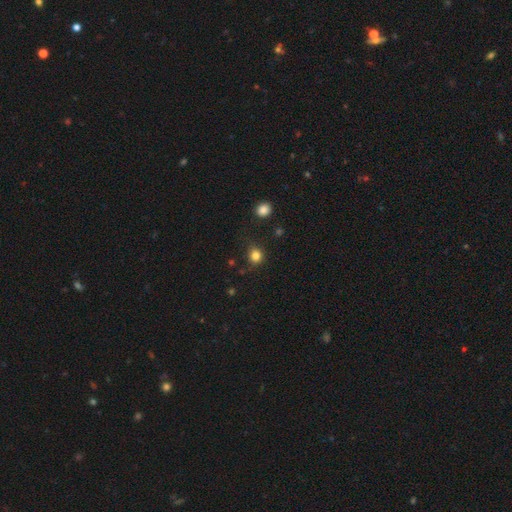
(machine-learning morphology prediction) A smooth galaxy with no disk features (82%) that is round (82%).

Vote fractions:
- Smooth or featured? smooth: 82% / star or artifact: 13% / featured or disk: 5%
- How rounded? round: 82% / in between: 17% / cigar-shaped: 1%
- Merging? none: 82% / minor disturbance: 13% / major disturbance: 3% / merger: 2%